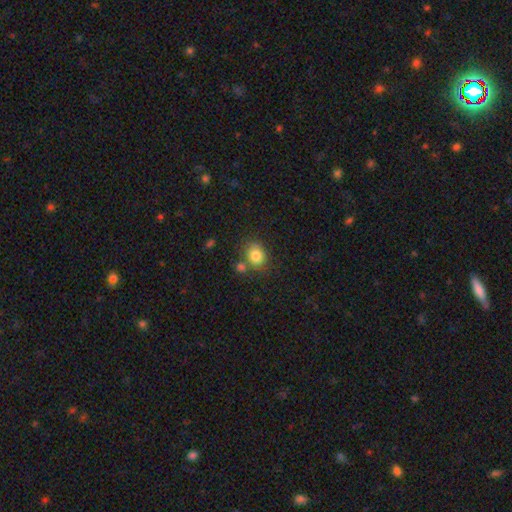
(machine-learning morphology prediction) The model was most divided on "how rounded": round: 53%, in between: 46%, cigar-shaped: 1%. More confident: smooth or featured — smooth (82%); merging — none (65%).